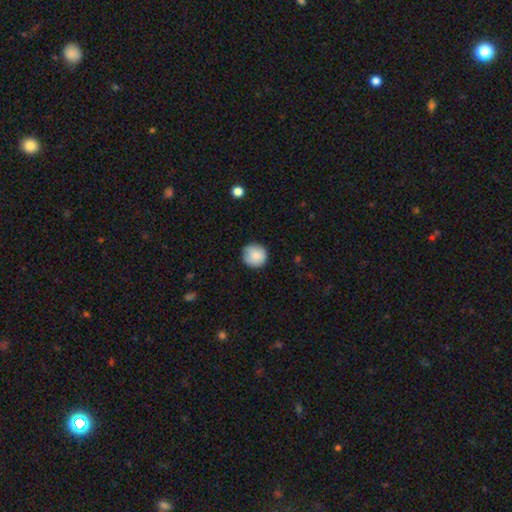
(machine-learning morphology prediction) This appears to be a smooth galaxy with no disk features (84%) that is round (94%). Merging: none (82%).